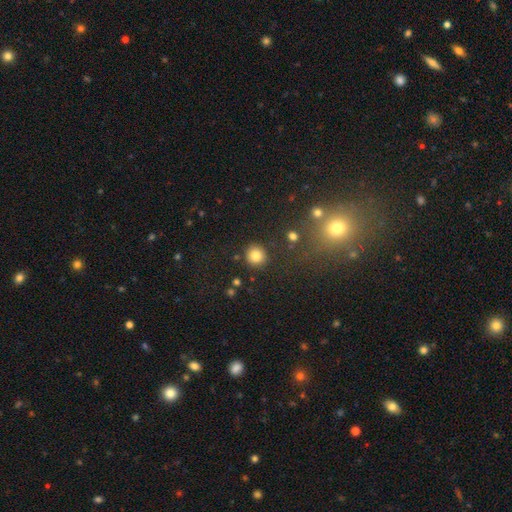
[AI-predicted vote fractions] Smooth or featured: smooth — 83% (star or artifact — 12%)
How rounded: round — 91% (in between — 8%)
Merging: none — 88% (minor disturbance — 7%)